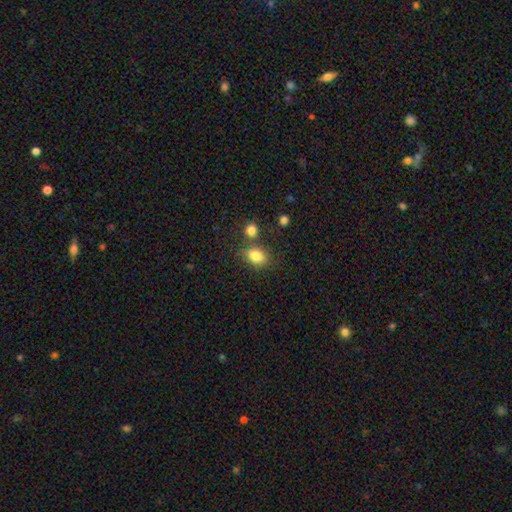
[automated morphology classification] Smooth or featured?
  - smooth: 83% *
  - star or artifact: 10%
  - featured or disk: 7%
How rounded?
  - in between: 70% *
  - round: 28%
  - cigar-shaped: 1%
Merging?
  - none: 64% *
  - merger: 16%
  - minor disturbance: 15%
  - major disturbance: 5%